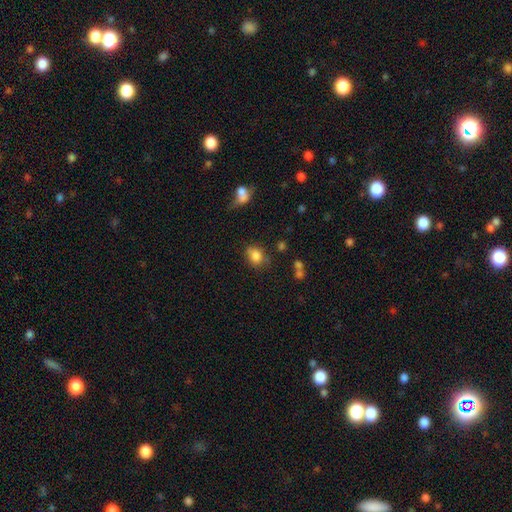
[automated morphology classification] Smooth or featured?
  - smooth: 81% *
  - star or artifact: 10%
  - featured or disk: 9%
How rounded?
  - in between: 58% *
  - round: 41%
  - cigar-shaped: 1%
Merging?
  - none: 60% *
  - minor disturbance: 25%
  - major disturbance: 8%
  - merger: 7%